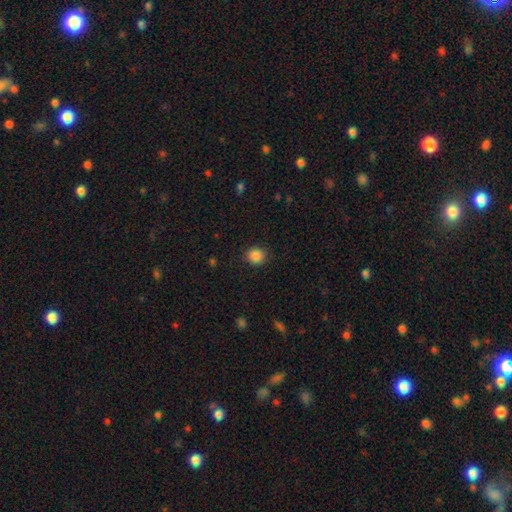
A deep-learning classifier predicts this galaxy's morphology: The model was most divided on "how rounded": round: 81%, in between: 18%, cigar-shaped: 1%. More confident: merging — none (88%); smooth or featured — smooth (87%).